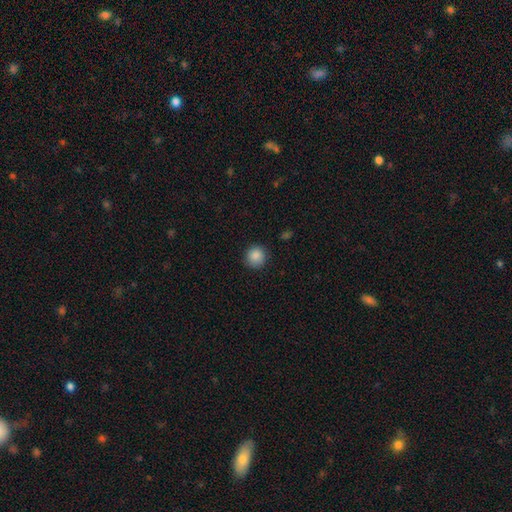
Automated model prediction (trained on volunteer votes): This appears to be a smooth galaxy with no disk features (87%) that is round (92%). Merging: none (87%).